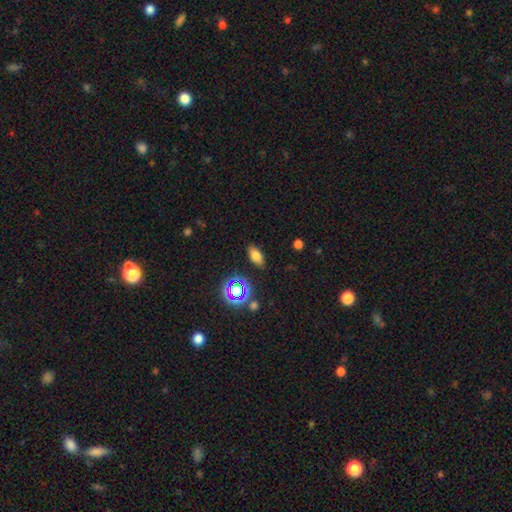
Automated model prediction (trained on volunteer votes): Smooth or featured?
  - smooth: 72% *
  - star or artifact: 18%
  - featured or disk: 10%
How rounded?
  - in between: 85% *
  - round: 8%
  - cigar-shaped: 7%
Merging?
  - none: 85% *
  - minor disturbance: 10%
  - major disturbance: 3%
  - merger: 2%